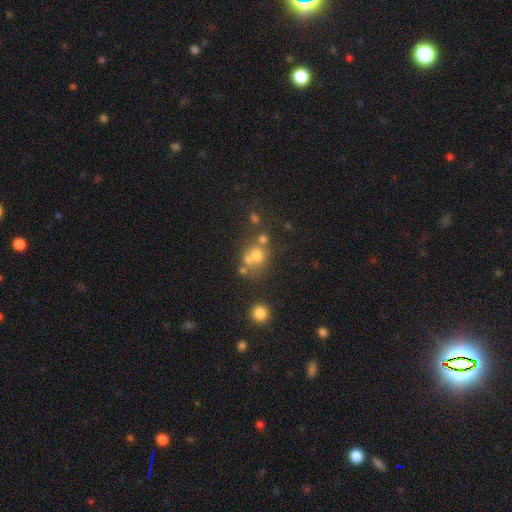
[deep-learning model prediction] This appears to be a smooth galaxy with no disk features (62%) that is round (76%). Merging: none (45%).